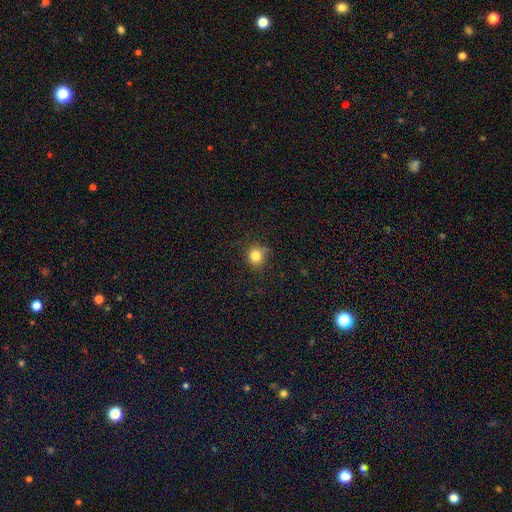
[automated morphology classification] smooth_or_featured: smooth (p=0.82) [alt: star or artifact p=0.13]
how_rounded: round (p=0.87) [alt: in between p=0.12]
merging: none (p=0.77) [alt: minor disturbance p=0.17]